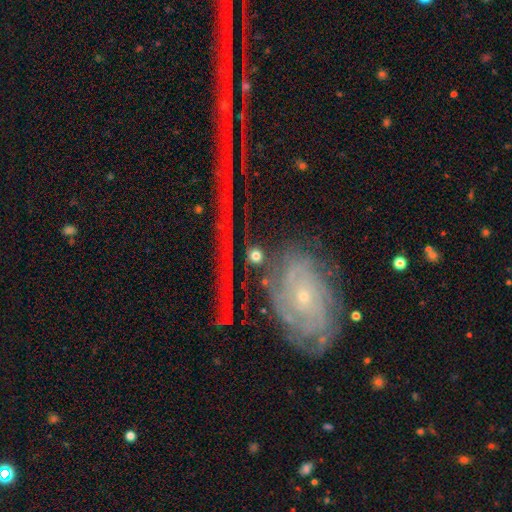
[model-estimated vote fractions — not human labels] Smooth or featured? smooth (54%)
How rounded? round (80%)
Merging? none (69%)